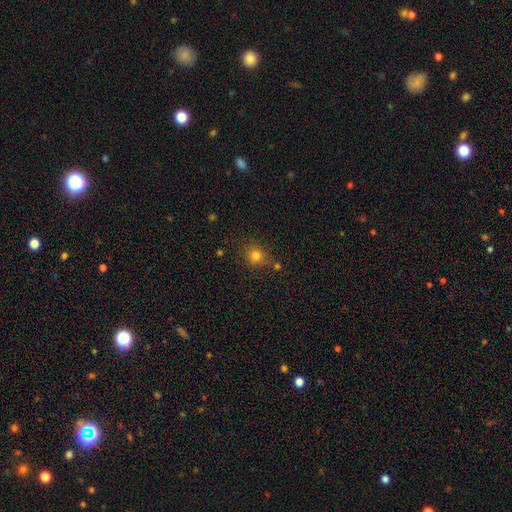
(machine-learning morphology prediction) This is likely a smooth galaxy (80%). How rounded: clearly round (82%). Merging: likely none (76%).